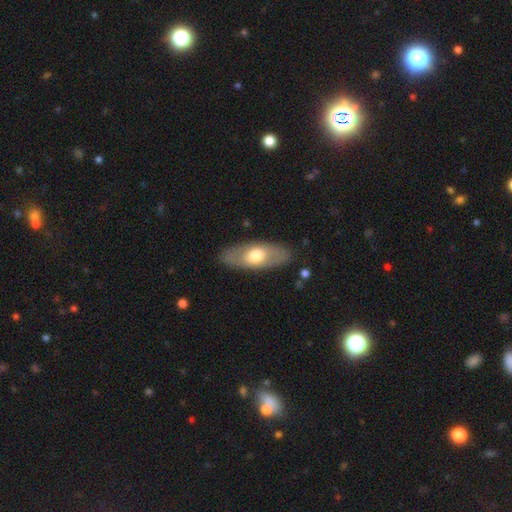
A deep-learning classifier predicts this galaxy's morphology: Smooth or featured?
  - smooth: 58% *
  - featured or disk: 37%
  - star or artifact: 5%
How rounded?
  - in between: 83% *
  - cigar-shaped: 13%
  - round: 3%
Merging?
  - none: 85% *
  - minor disturbance: 10%
  - major disturbance: 3%
  - merger: 1%